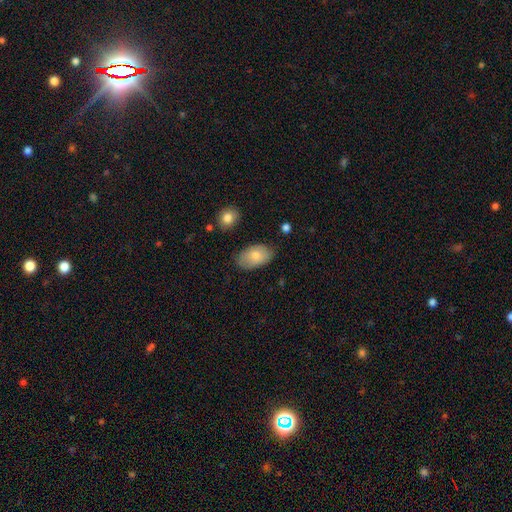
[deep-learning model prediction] smooth_or_featured: smooth (p=0.78) [alt: featured or disk p=0.15]
how_rounded: in between (p=0.93) [alt: round p=0.06]
merging: none (p=0.75) [alt: minor disturbance p=0.19]